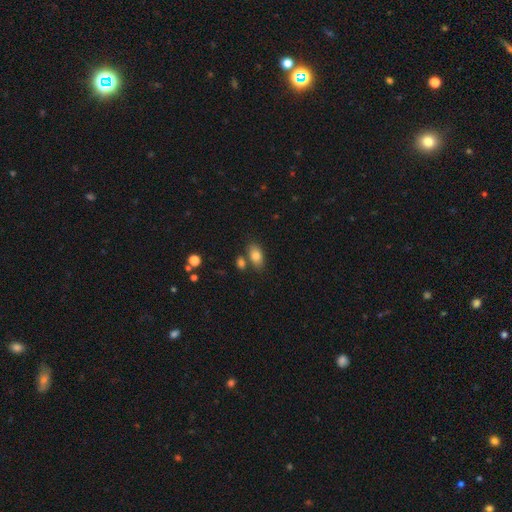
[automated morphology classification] smooth_or_featured: smooth (p=0.82) [alt: featured or disk p=0.10]
how_rounded: in between (p=0.89) [alt: round p=0.08]
merging: none (p=0.70) [alt: merger p=0.14]